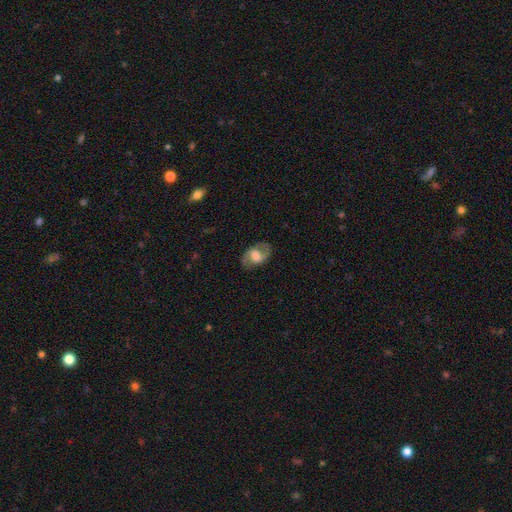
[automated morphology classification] This is possibly a featured or disk galaxy (60%). It is clearly not viewed edge-on (94%). Bar: possibly weak (45%). Spiral arm pattern: likely yes (77%). Central bulge: marginally large (42%). Merging: likely none (76%).